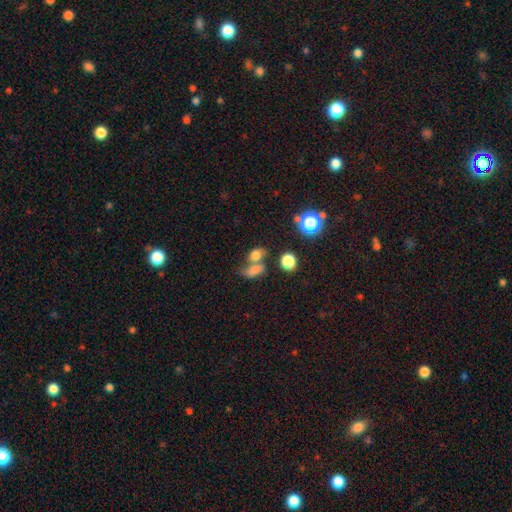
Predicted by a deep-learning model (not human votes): smooth_or_featured: smooth (p=0.73) [alt: star or artifact p=0.15]
how_rounded: in between (p=0.69) [alt: round p=0.28]
merging: merger (p=0.47) [alt: none p=0.33]